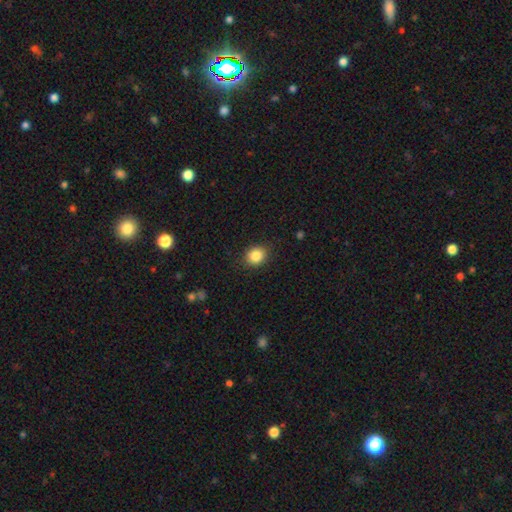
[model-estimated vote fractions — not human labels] smooth 86%, star or artifact 10%, featured or disk 5%. Down the decision tree: how rounded — round (67%); merging — none (87%).